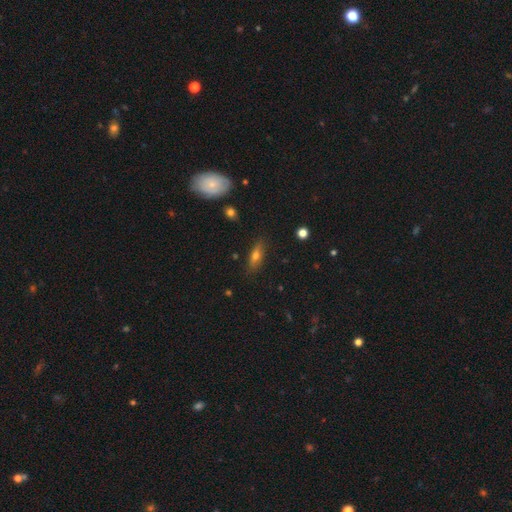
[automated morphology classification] This is possibly a smooth galaxy (60%). How rounded: possibly in between (57%). Merging: clearly none (82%).